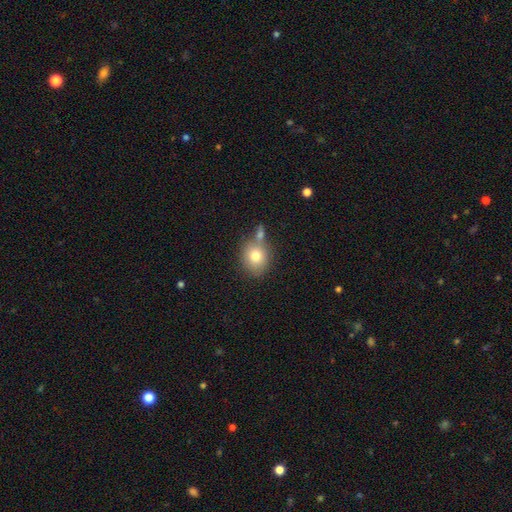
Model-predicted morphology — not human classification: smooth-or-featured: smooth: 78% | featured or disk: 13% | star or artifact: 10%
  how-rounded: round: 67% | in between: 32% | cigar-shaped: 1%
  merging: none: 59% | merger: 23% | minor disturbance: 14% | major disturbance: 4%